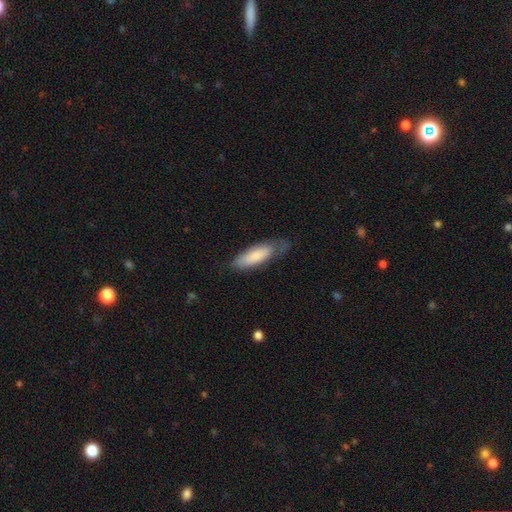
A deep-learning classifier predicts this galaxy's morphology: A smooth galaxy with no disk features (78%) that is in between round and cigar-shaped (55%).

Vote fractions:
- Smooth or featured? smooth: 78% / featured or disk: 17% / star or artifact: 6%
- How rounded? in between: 55% / cigar-shaped: 44% / round: 1%
- Merging? none: 57% / minor disturbance: 31% / major disturbance: 11% / merger: 2%